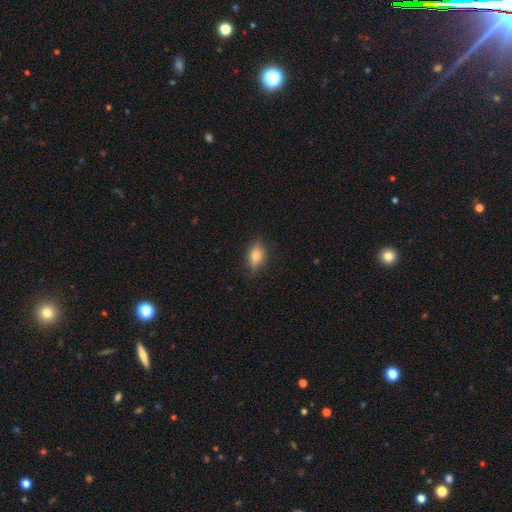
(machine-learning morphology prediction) The model was most divided on "smooth or featured": smooth: 62%, featured or disk: 28%, star or artifact: 10%. More confident: merging — none (80%); how rounded — in between (76%).